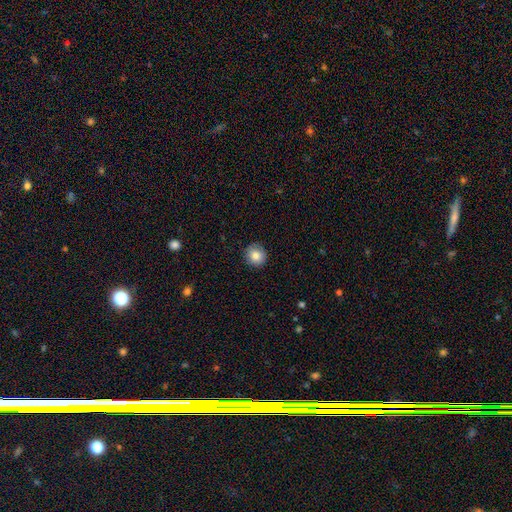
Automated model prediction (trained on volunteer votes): Smooth or featured? smooth (82%)
How rounded? round (91%)
Merging? none (87%)